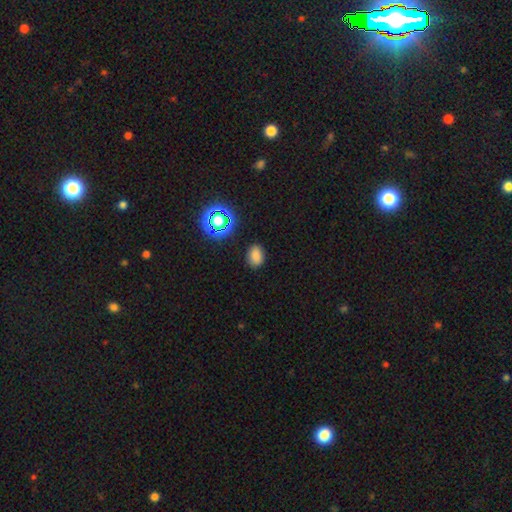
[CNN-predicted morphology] This appears to be a smooth galaxy with no disk features (77%) that is in between round and cigar-shaped (75%). Merging: none (86%).